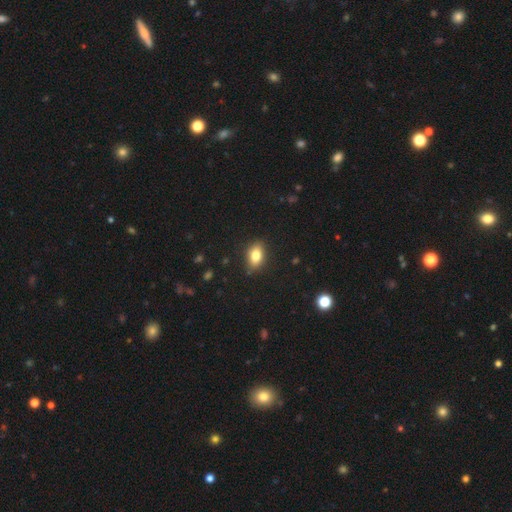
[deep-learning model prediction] Smooth or featured: smooth — 80% (featured or disk — 11%)
How rounded: in between — 82% (round — 15%)
Merging: none — 85% (minor disturbance — 11%)